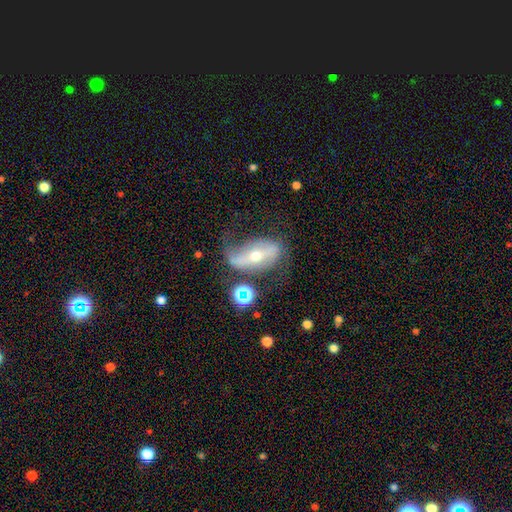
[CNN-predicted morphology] Overall: featured or disk (72%). Edge-on disk: no (87%). Bar: strong (54%; weak 24%). Spiral arms: yes (73%). Bulge size: moderate (51%; small 45%). Merging: none (46%; minor disturbance 26%).